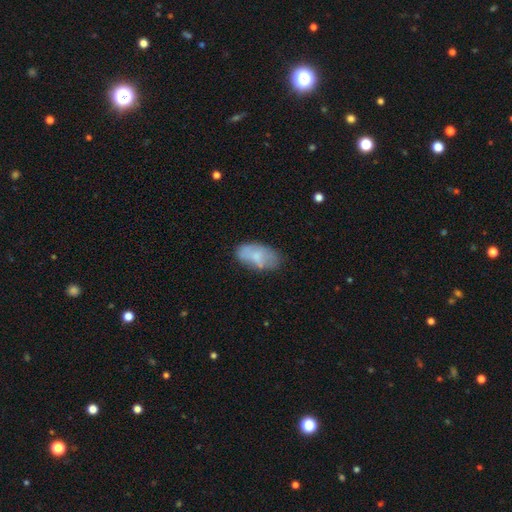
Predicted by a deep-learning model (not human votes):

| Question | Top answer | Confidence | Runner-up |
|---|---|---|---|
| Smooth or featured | smooth | 67% | featured or disk (26%) |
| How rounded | in between | 94% | round (3%) |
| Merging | none | 61% | minor disturbance (26%) |